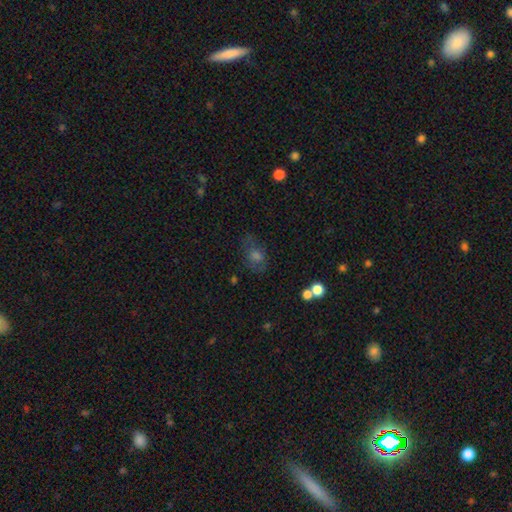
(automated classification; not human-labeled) This is possibly a smooth galaxy (49%). Merging: likely none (66%).